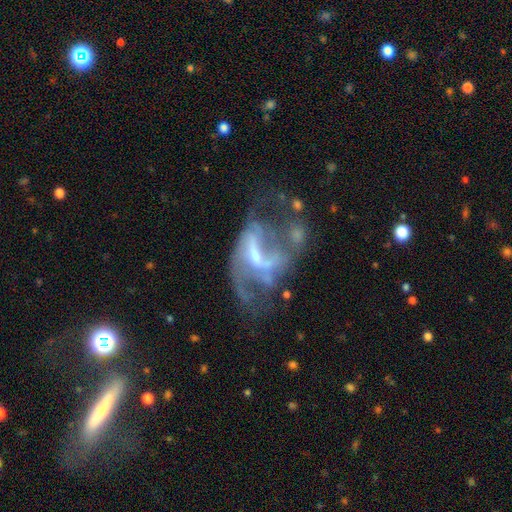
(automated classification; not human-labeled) A featured or disk galaxy (78%) with a weak bar (44%), 2 (47%) loose (57%) spiral arms (68%) and a small central bulge (47%). Merging: major disturbance (43%).